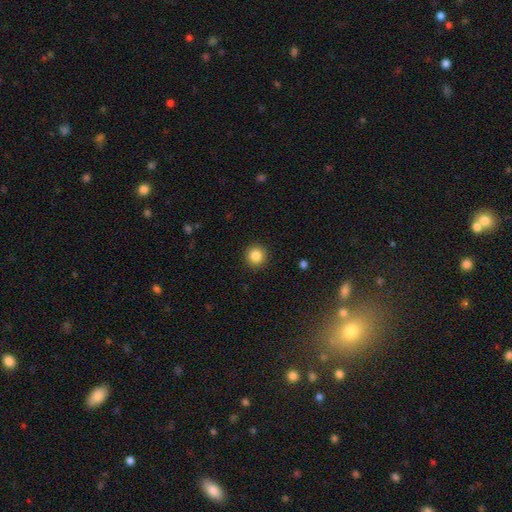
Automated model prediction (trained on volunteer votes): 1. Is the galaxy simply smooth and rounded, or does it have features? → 85% smooth, 10% star or artifact, 5% featured or disk.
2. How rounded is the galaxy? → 95% round, 4% in between, 1% cigar-shaped.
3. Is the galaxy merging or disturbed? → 92% none, 5% minor disturbance, 2% major disturbance, 1% merger.